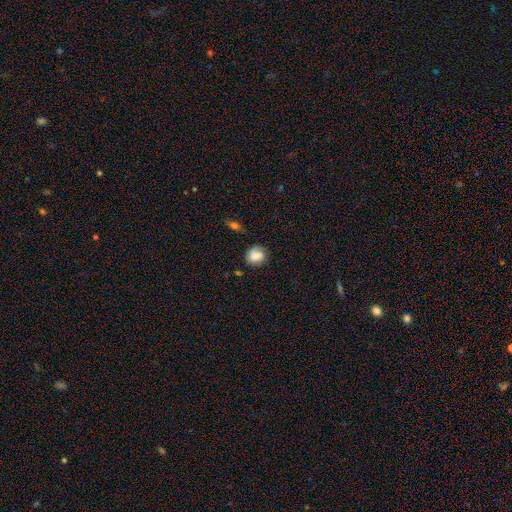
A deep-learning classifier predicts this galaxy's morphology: This appears to be a smooth galaxy with no disk features (71%) that is round (71%). Merging: none (65%).